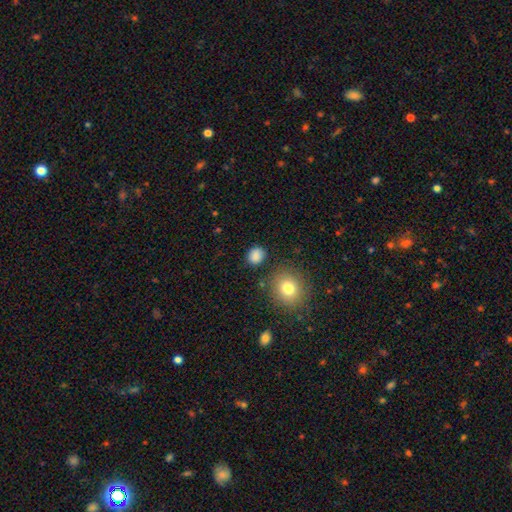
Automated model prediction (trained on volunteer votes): Smooth or featured? smooth (85%)
How rounded? round (67%)
Merging? none (82%)